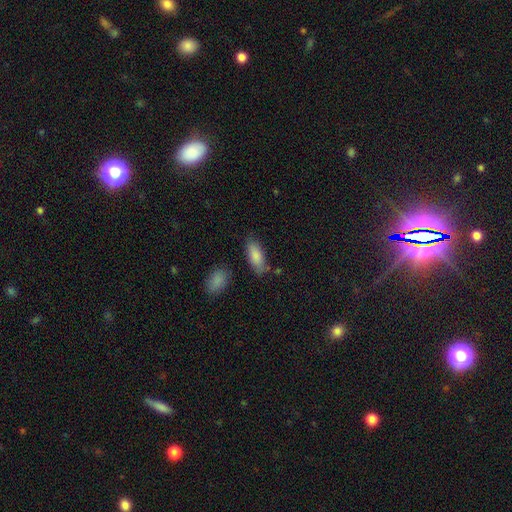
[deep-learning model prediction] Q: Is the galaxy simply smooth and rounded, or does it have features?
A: smooth — 86%.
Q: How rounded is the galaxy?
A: in between — 84%.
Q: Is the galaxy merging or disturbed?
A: none — 73%.